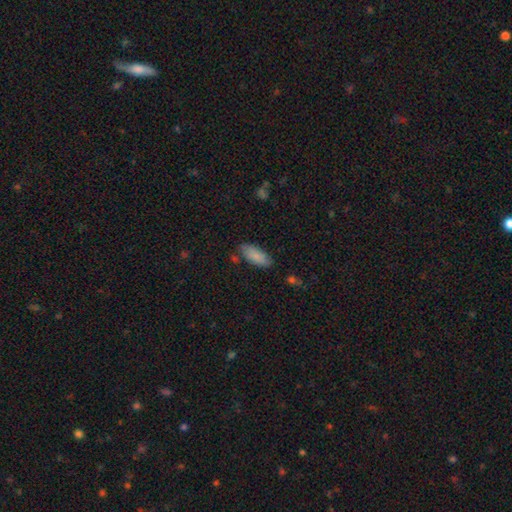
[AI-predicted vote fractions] This appears to be a smooth galaxy with no disk features (86%) that is in between round and cigar-shaped (82%). Merging: none (77%).